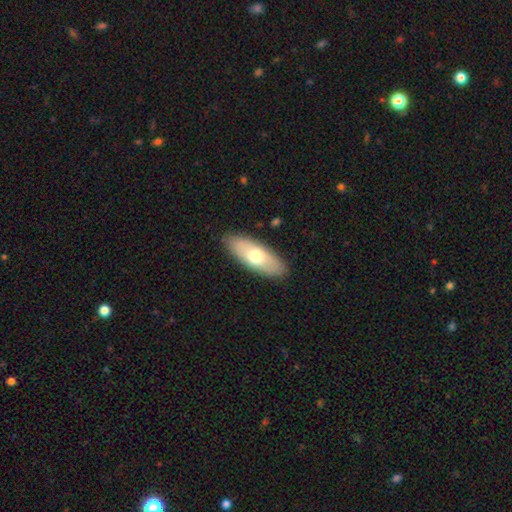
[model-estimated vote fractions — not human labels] A smooth galaxy with no disk features (64%) that is in between round and cigar-shaped (73%).

Vote fractions:
- Smooth or featured? smooth: 64% / featured or disk: 31% / star or artifact: 5%
- How rounded? in between: 73% / cigar-shaped: 24% / round: 3%
- Merging? none: 88% / minor disturbance: 9% / major disturbance: 2% / merger: 1%